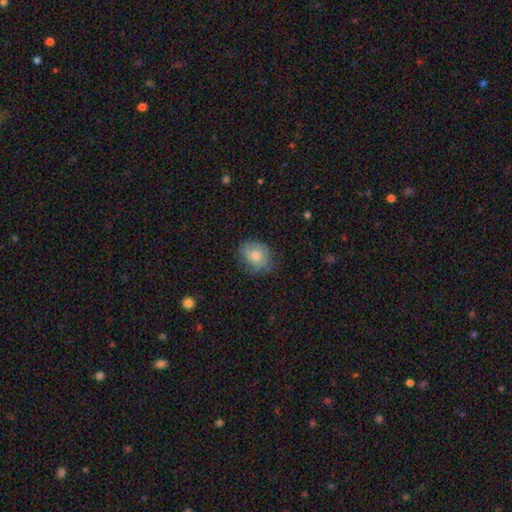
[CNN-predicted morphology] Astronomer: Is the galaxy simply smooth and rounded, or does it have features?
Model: smooth — 68%.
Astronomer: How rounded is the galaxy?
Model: round — 52% (runner-up: in between, 47%).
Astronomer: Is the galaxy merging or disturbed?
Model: none — 65%.